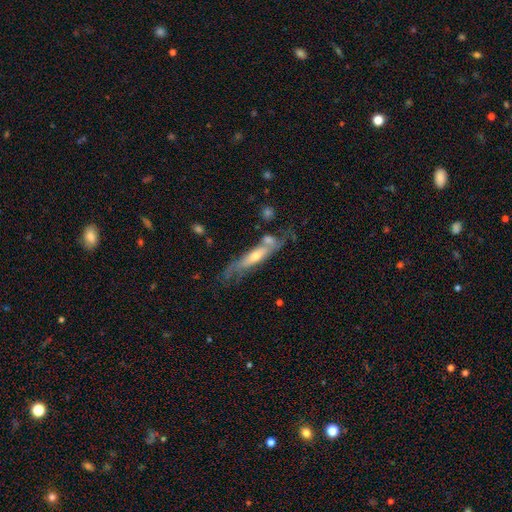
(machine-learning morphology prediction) Overall: featured or disk (62%; smooth 32%). Edge-on disk: yes (58%; no 42%). Merging: none (49%; minor disturbance 24%).